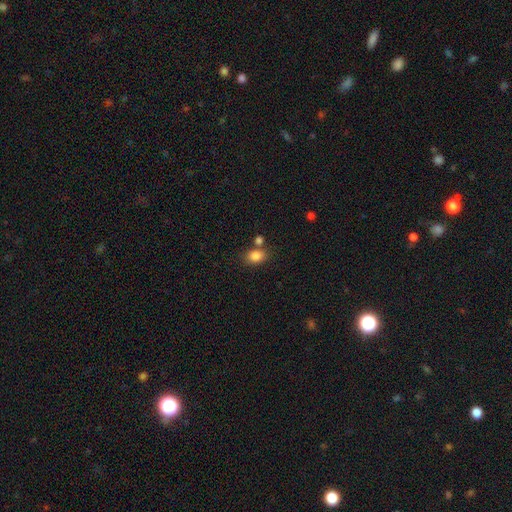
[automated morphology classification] smooth 84%, star or artifact 10%, featured or disk 6%. Down the decision tree: how rounded — in between (67%); merging — none (67%).